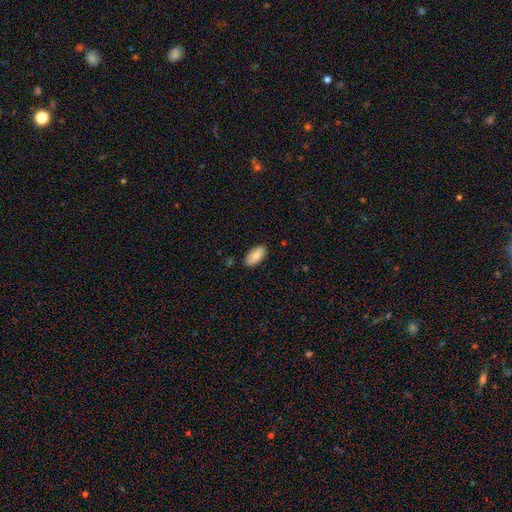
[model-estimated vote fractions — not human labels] Q: Smooth or featured?
A: smooth (87%); runner-up: featured or disk (7%)
Q: How rounded?
A: in between (92%); runner-up: cigar-shaped (6%)
Q: Merging?
A: none (86%); runner-up: minor disturbance (10%)